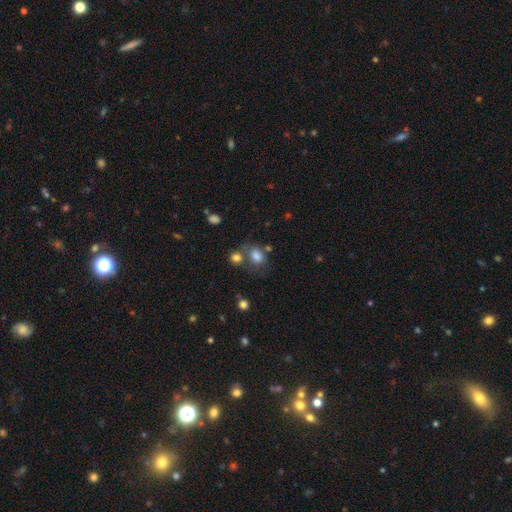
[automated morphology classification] This is likely a smooth galaxy (80%). How rounded: possibly in between (51%). Merging: possibly none (53%).